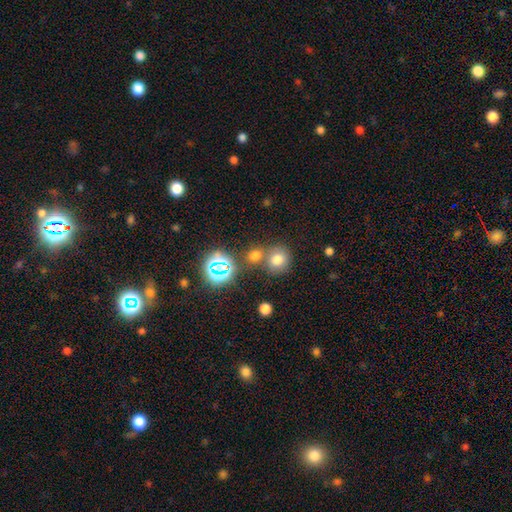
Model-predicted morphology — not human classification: Overall: smooth (59%; star or artifact 31%). How rounded: round (84%). Merging: none (63%; merger 27%).